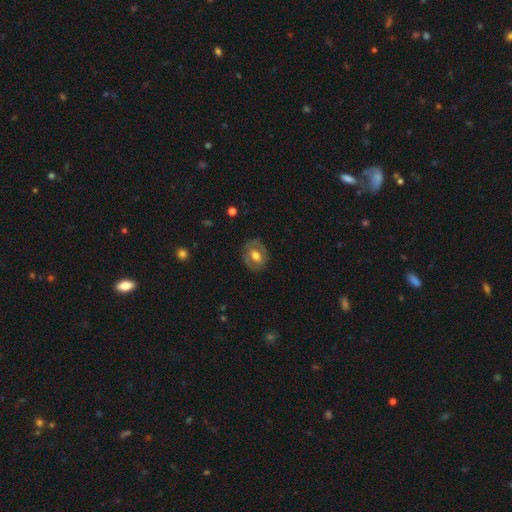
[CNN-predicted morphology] Smooth or featured?
  - featured or disk: 55% *
  - smooth: 39%
  - star or artifact: 7%
Edge-on disk?
  - no: 95% *
  - yes: 5%
Bar?
  - no: 48% *
  - weak: 36%
  - strong: 16%
Spiral arms?
  - no: 55% *
  - yes: 45%
Bulge size?
  - moderate: 64% *
  - large: 25%
  - small: 8%
  - dominant: 2%
  - none: 1%
Merging?
  - none: 78% *
  - minor disturbance: 15%
  - major disturbance: 6%
  - merger: 1%